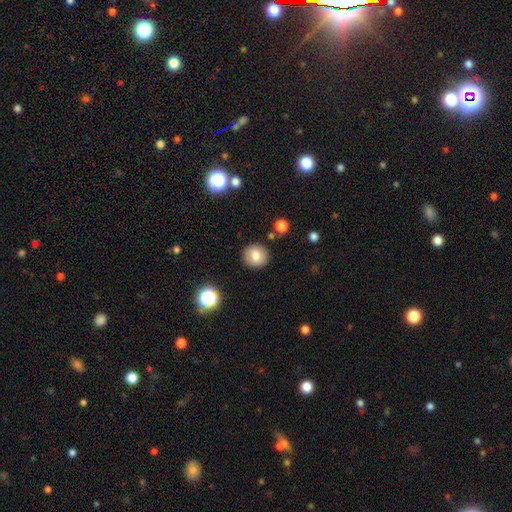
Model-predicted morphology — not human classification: type=smooth (79%); roundness=round (85%); merging=none (87%).